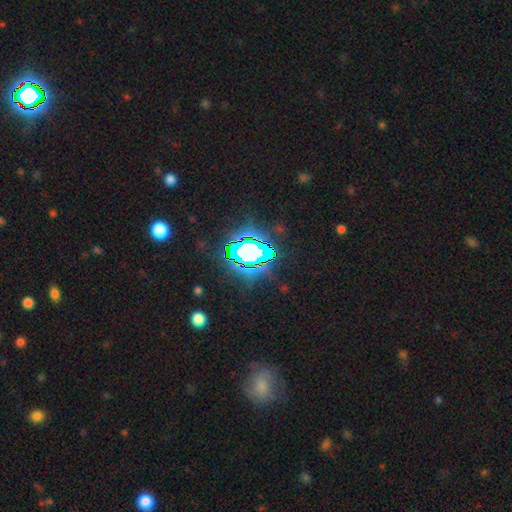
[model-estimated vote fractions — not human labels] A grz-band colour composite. It shows a star or artifact, not a galaxy (79%).